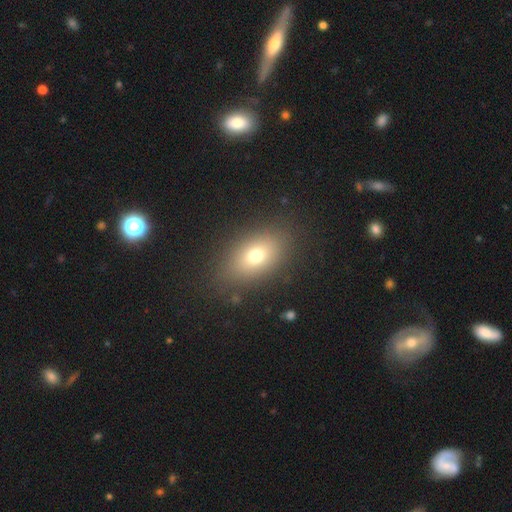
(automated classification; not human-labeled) Smooth or featured: smooth — 71% (featured or disk — 16%)
How rounded: in between — 81% (round — 16%)
Merging: none — 84% (minor disturbance — 10%)